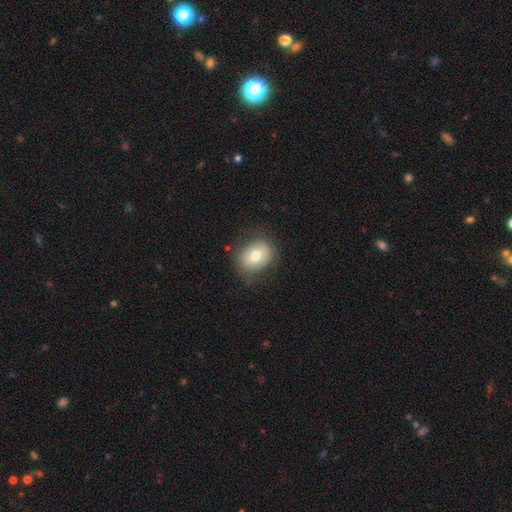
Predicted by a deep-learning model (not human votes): The model was most divided on "how rounded": in between: 54%, round: 46%, cigar-shaped: 1%. More confident: merging — none (76%); smooth or featured — smooth (71%).